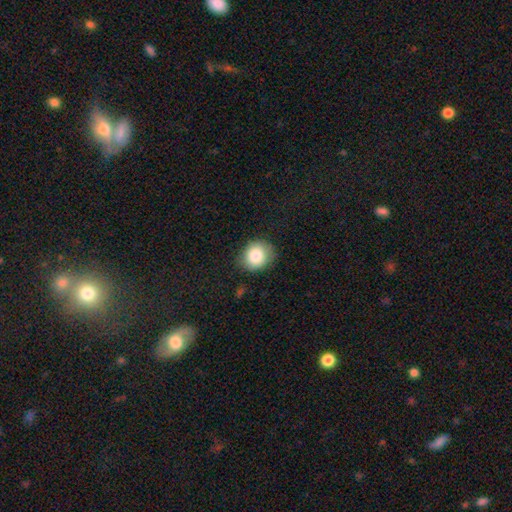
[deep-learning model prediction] Q: Smooth or featured?
A: smooth (83%); runner-up: featured or disk (9%)
Q: How rounded?
A: round (69%); runner-up: in between (30%)
Q: Merging?
A: none (80%); runner-up: minor disturbance (15%)